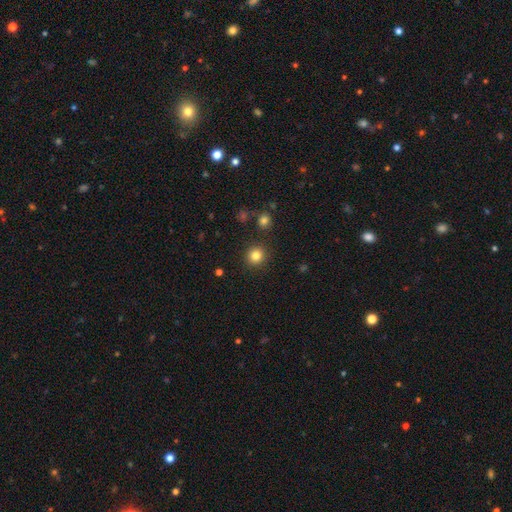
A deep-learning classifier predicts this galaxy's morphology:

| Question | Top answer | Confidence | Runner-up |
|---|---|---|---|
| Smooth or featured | smooth | 82% | star or artifact (12%) |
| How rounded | round | 93% | in between (6%) |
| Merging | none | 90% | minor disturbance (6%) |